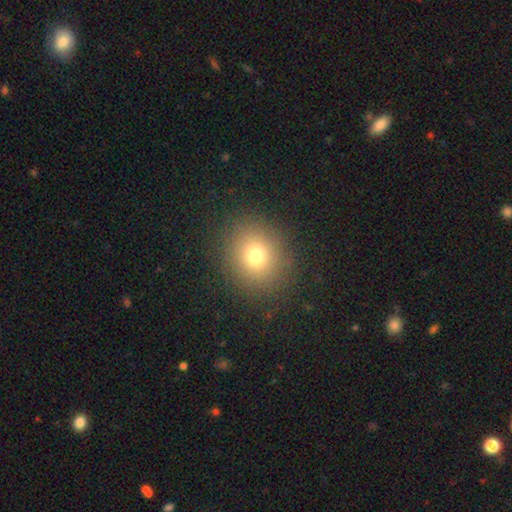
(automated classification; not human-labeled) Smooth or featured?
  - smooth: 75% *
  - star or artifact: 15%
  - featured or disk: 10%
How rounded?
  - round: 81% *
  - in between: 18%
  - cigar-shaped: 1%
Merging?
  - none: 89% *
  - minor disturbance: 7%
  - major disturbance: 3%
  - merger: 1%